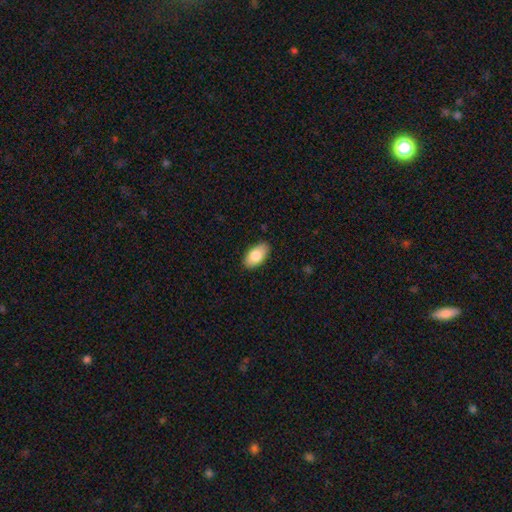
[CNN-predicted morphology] The model was most divided on "smooth or featured": smooth: 83%, featured or disk: 11%, star or artifact: 6%. More confident: how rounded — in between (94%); merging — none (87%).